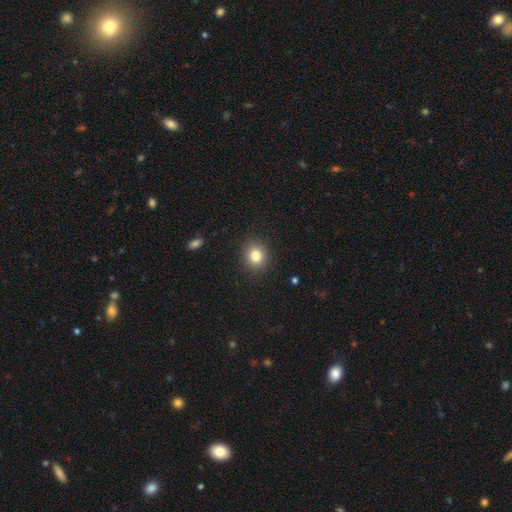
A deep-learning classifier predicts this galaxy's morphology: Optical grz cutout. It shows a smooth galaxy with no disk features (82%) that is round (80%). Merging: none (89%).